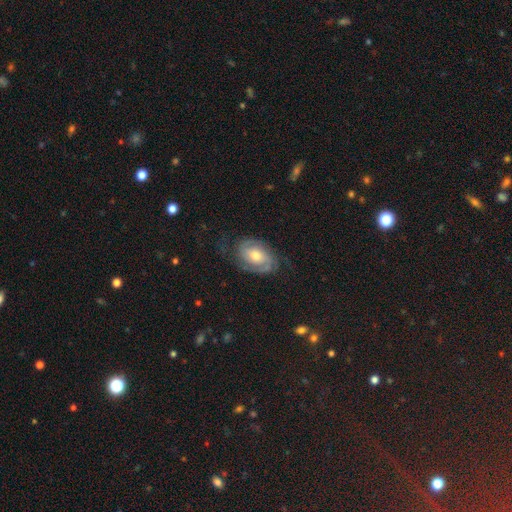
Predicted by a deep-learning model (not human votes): Smooth or featured? Predicted: featured or disk (p=0.80). Edge-on disk? Predicted: no (p=0.96). Bar? Predicted: no (p=0.65). Spiral arms? Predicted: yes (p=0.93). Spiral winding? Predicted: tight (p=0.55). Spiral arm count? Predicted: 2 (p=0.65). Bulge size? Predicted: moderate (p=0.67). Merging? Predicted: none (p=0.71).